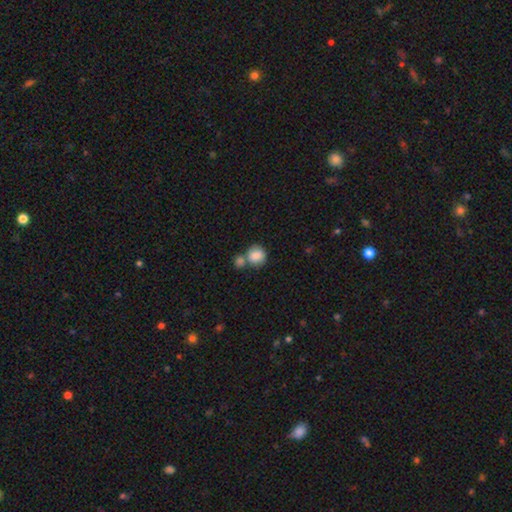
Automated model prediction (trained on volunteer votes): Smooth or featured?
  - smooth: 85% *
  - star or artifact: 8%
  - featured or disk: 7%
How rounded?
  - round: 84% *
  - in between: 15%
  - cigar-shaped: 1%
Merging?
  - none: 44% *
  - merger: 43%
  - minor disturbance: 10%
  - major disturbance: 3%